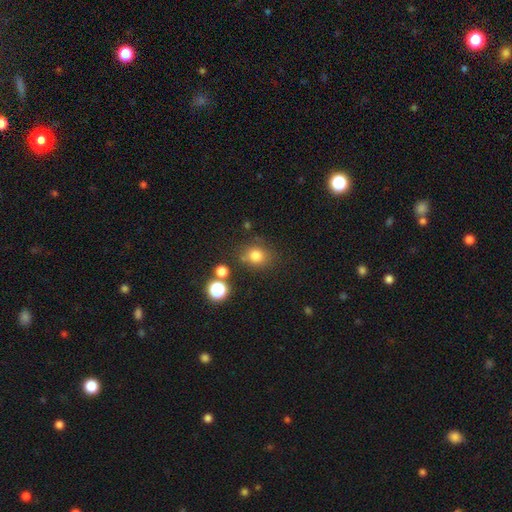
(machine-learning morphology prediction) This is likely a smooth galaxy (78%). How rounded: likely round (71%). Merging: likely none (74%).